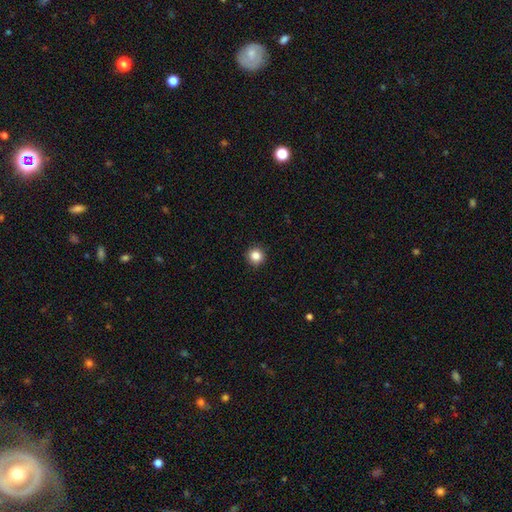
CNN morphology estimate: Smooth or featured?
  - smooth: 85% *
  - star or artifact: 11%
  - featured or disk: 4%
How rounded?
  - round: 95% *
  - in between: 4%
  - cigar-shaped: 1%
Merging?
  - none: 93% *
  - minor disturbance: 4%
  - major disturbance: 1%
  - merger: 1%